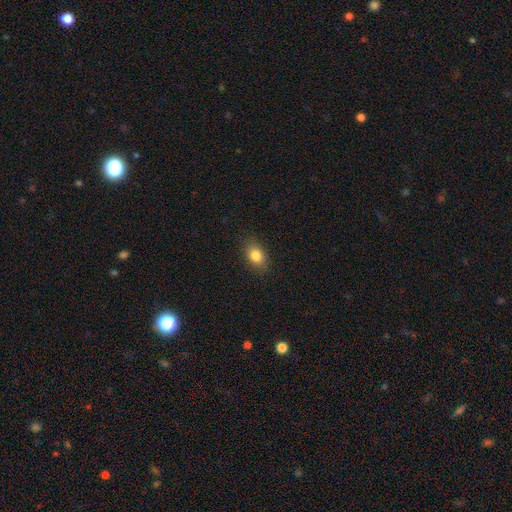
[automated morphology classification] This appears to be a smooth galaxy with no disk features (83%) that is in between round and cigar-shaped (78%). Merging: none (87%).